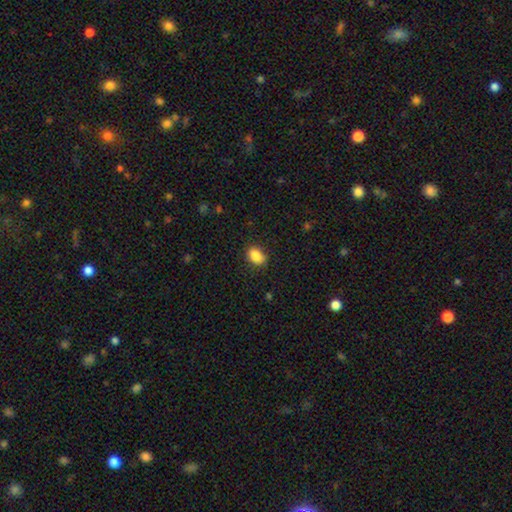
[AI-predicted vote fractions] This is clearly a smooth galaxy (87%). How rounded: clearly in between (80%). Merging: clearly none (84%).